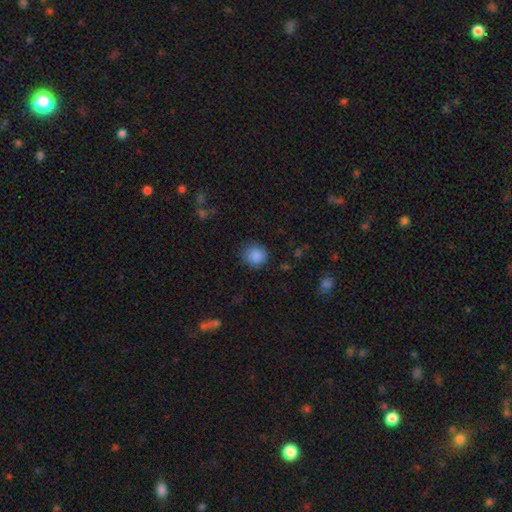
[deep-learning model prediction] smooth 87%, star or artifact 9%, featured or disk 4%. Down the decision tree: how rounded — round (87%); merging — none (81%).